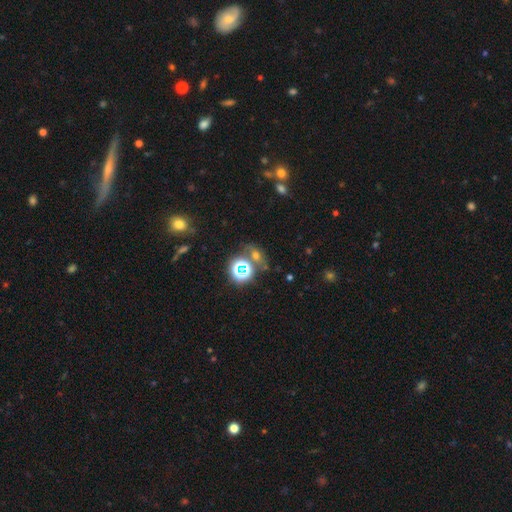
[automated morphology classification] This is marginally a star or artifact rather than a galaxy (43%).